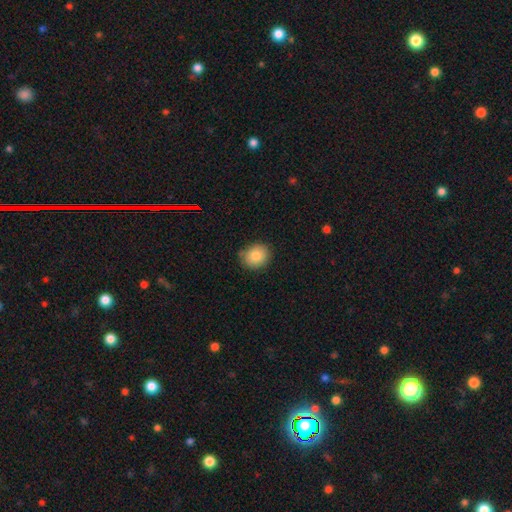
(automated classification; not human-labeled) Smooth or featured?
  - smooth: 83% *
  - star or artifact: 9%
  - featured or disk: 8%
How rounded?
  - round: 73% *
  - in between: 26%
  - cigar-shaped: 1%
Merging?
  - none: 82% *
  - minor disturbance: 14%
  - major disturbance: 2%
  - merger: 2%